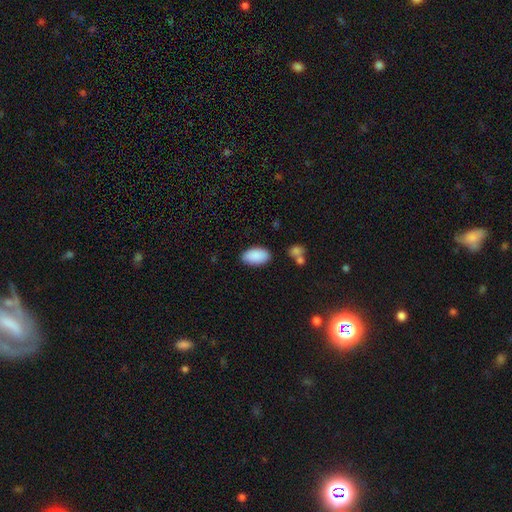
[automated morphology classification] Q: Smooth or featured?
A: smooth (90%); runner-up: star or artifact (6%)
Q: How rounded?
A: in between (95%); runner-up: round (3%)
Q: Merging?
A: none (84%); runner-up: minor disturbance (11%)